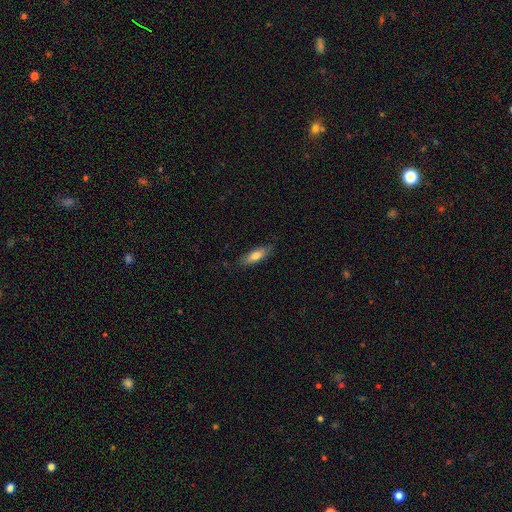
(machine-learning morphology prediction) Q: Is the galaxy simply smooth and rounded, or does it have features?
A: smooth — 71%.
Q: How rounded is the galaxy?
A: in between — 53%.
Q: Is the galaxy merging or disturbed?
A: none — 78%.